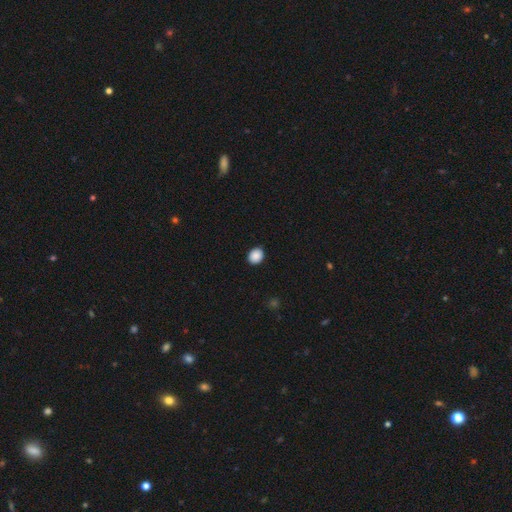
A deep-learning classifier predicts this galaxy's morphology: Smooth or featured? Predicted: smooth (p=0.89). How rounded? Predicted: round (p=0.64). Merging? Predicted: none (p=0.91).